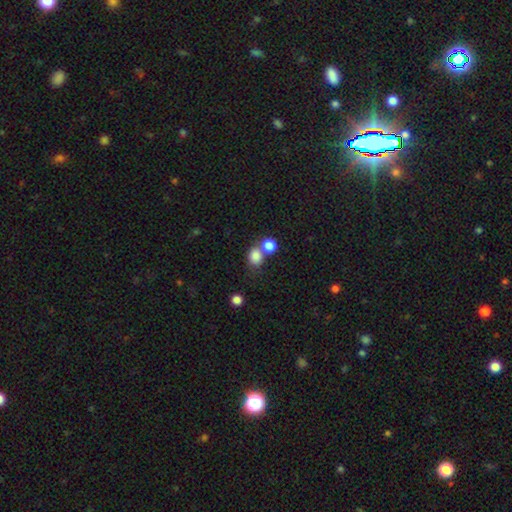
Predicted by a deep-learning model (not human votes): Smooth or featured: smooth — 82% (star or artifact — 11%)
How rounded: round — 64% (in between — 35%)
Merging: none — 46% (merger — 40%)